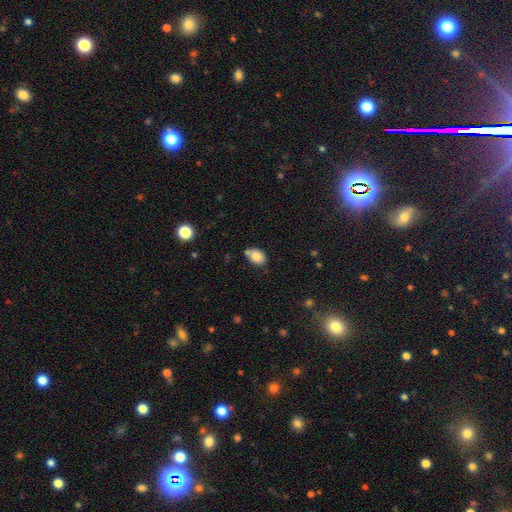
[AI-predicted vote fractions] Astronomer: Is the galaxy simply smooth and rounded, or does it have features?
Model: smooth — 83%.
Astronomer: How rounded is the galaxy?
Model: in between — 70%.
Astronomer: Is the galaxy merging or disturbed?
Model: none — 59%.